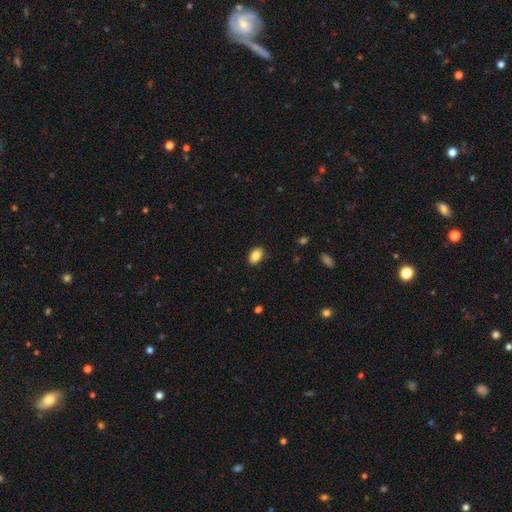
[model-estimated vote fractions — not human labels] smooth-or-featured: smooth: 87% | star or artifact: 8% | featured or disk: 5%
  how-rounded: in between: 88% | round: 11% | cigar-shaped: 1%
  merging: none: 85% | minor disturbance: 11% | major disturbance: 2% | merger: 1%